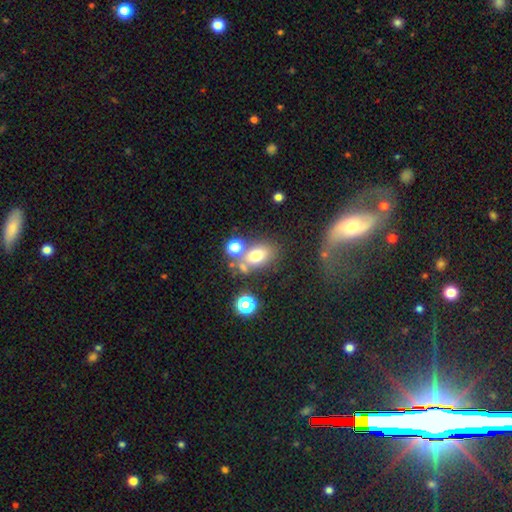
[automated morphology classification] Overall: smooth (69%). How rounded: in between (72%). Merging: none (55%; merger 24%).